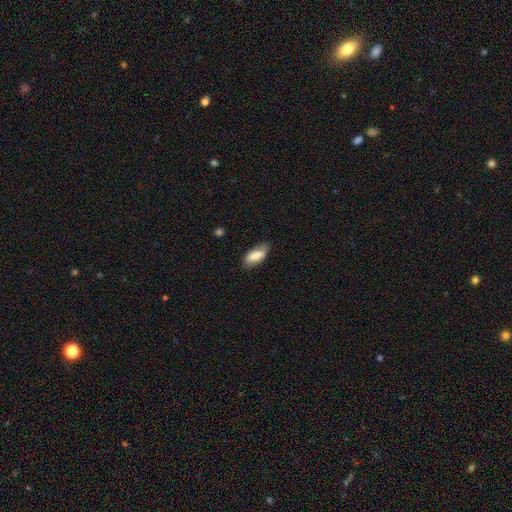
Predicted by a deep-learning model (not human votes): smooth-or-featured: smooth: 76% | featured or disk: 18% | star or artifact: 6%
  how-rounded: in between: 86% | cigar-shaped: 12% | round: 2%
  merging: none: 80% | minor disturbance: 15% | major disturbance: 3% | merger: 1%